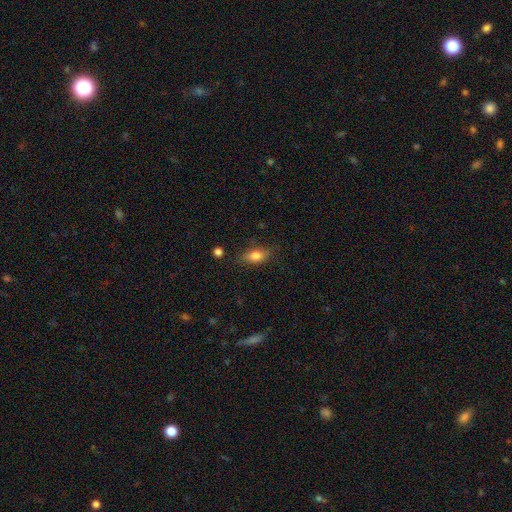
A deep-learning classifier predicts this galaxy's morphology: This appears to be a smooth galaxy with no disk features (79%) that is in between round and cigar-shaped (82%). Merging: none (78%).